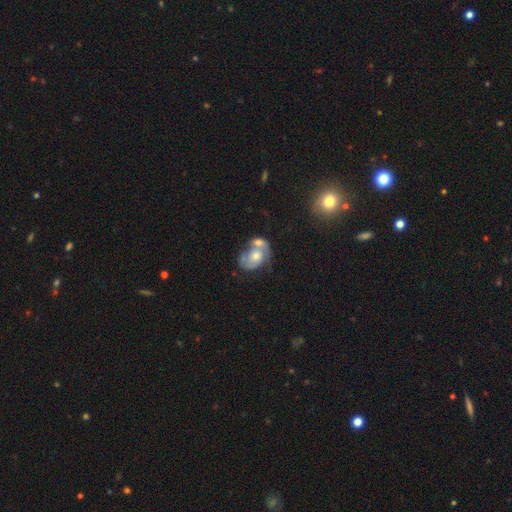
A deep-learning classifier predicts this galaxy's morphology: featured or disk 61%, smooth 31%, star or artifact 8%. Down the decision tree: edge-on disk — no (97%); bar — no (79%); spiral arms — yes (70%); bulge size — moderate (63%); merging — merger (50%).